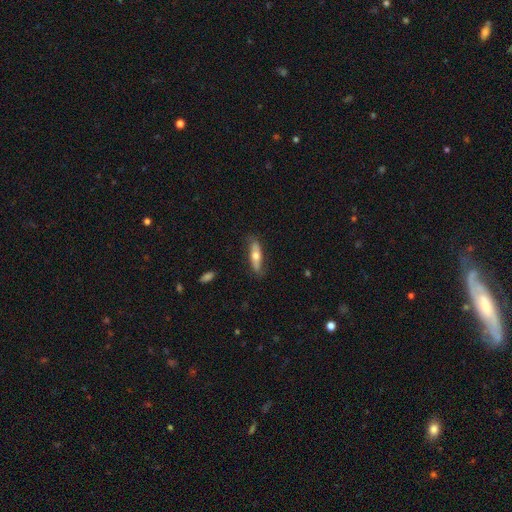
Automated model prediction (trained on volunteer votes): A smooth galaxy with no disk features (57%) that is cigar-shaped (58%). Merging: none (78%).